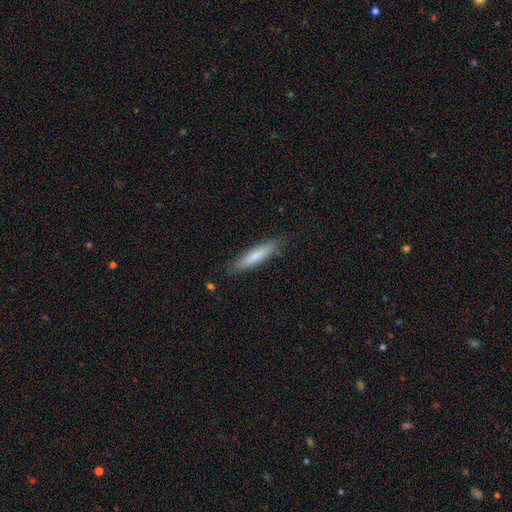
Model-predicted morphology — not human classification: Smooth or featured?
  - smooth: 76% *
  - featured or disk: 19%
  - star or artifact: 6%
How rounded?
  - cigar-shaped: 84% *
  - in between: 15%
  - round: 1%
Merging?
  - none: 84% *
  - minor disturbance: 12%
  - major disturbance: 2%
  - merger: 1%